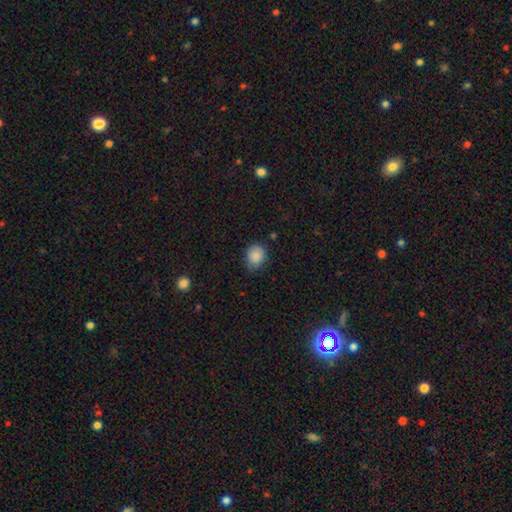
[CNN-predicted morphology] smooth_or_featured: smooth (p=0.88) [alt: star or artifact p=0.09]
how_rounded: round (p=0.66) [alt: in between p=0.33]
merging: none (p=0.76) [alt: minor disturbance p=0.19]